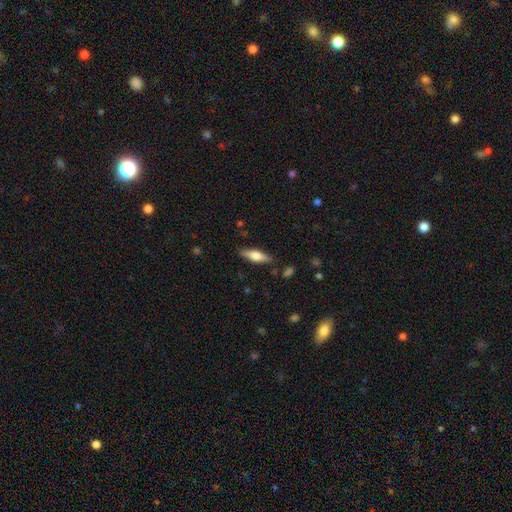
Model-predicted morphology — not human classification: A smooth galaxy with no disk features (57%) that is cigar-shaped (54%). Merging: none (85%).